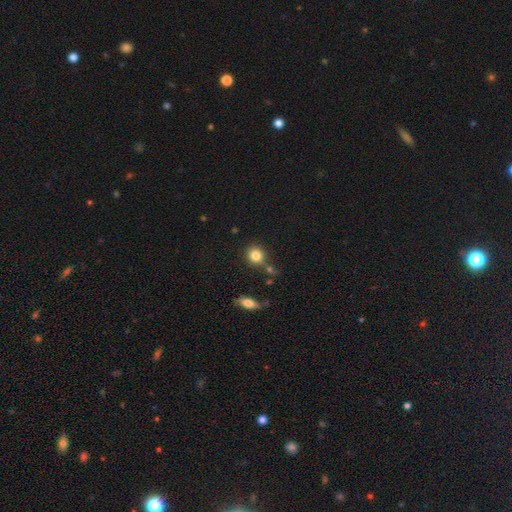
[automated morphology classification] A smooth galaxy with no disk features (82%) that is round (84%).

Vote fractions:
- Smooth or featured? smooth: 82% / star or artifact: 10% / featured or disk: 8%
- How rounded? round: 84% / in between: 15% / cigar-shaped: 1%
- Merging? none: 74% / minor disturbance: 12% / merger: 11% / major disturbance: 4%